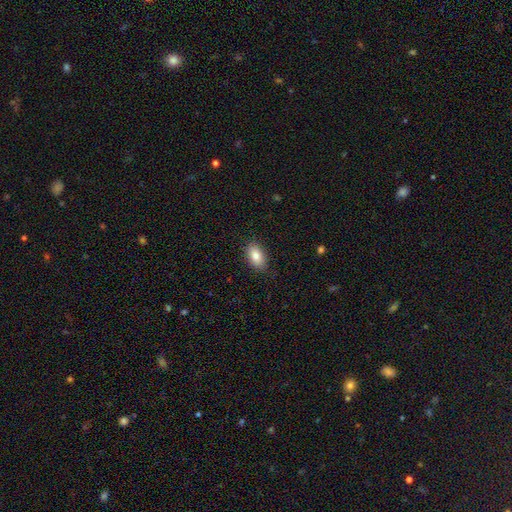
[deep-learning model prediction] A smooth galaxy with no disk features (84%) that is in between round and cigar-shaped (91%). Merging: none (85%).